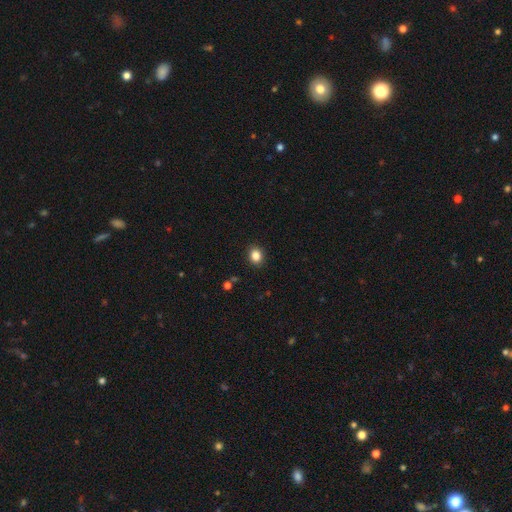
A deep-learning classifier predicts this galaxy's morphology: Q: Smooth or featured?
A: smooth (85%); runner-up: star or artifact (11%)
Q: How rounded?
A: round (63%); runner-up: in between (36%)
Q: Merging?
A: none (91%); runner-up: minor disturbance (6%)